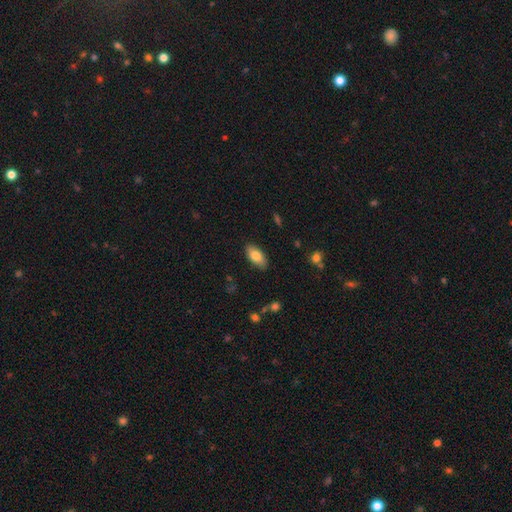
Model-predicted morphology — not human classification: This is clearly a smooth galaxy (81%). How rounded: clearly in between (91%). Merging: clearly none (87%).